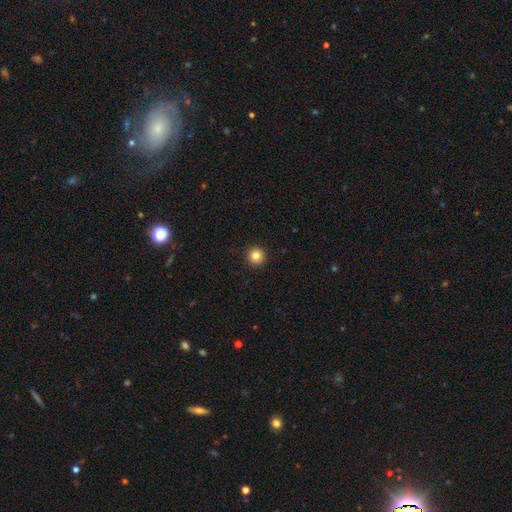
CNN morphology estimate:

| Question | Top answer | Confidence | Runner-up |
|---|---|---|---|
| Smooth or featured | smooth | 83% | star or artifact (11%) |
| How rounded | round | 96% | in between (3%) |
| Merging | none | 93% | minor disturbance (4%) |